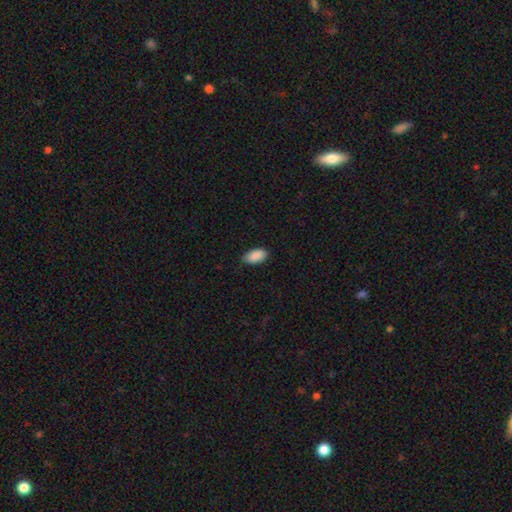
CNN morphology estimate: A smooth galaxy with no disk features (90%) that is in between round and cigar-shaped (95%). Merging: none (82%).